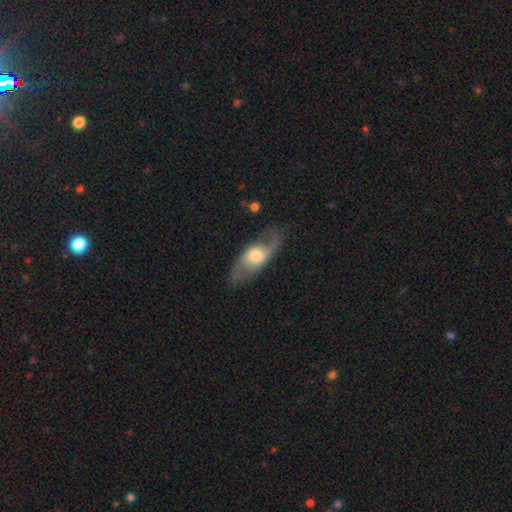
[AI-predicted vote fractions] Overall: featured or disk (59%; smooth 35%). Edge-on disk: no (82%). Merging: none (71%).